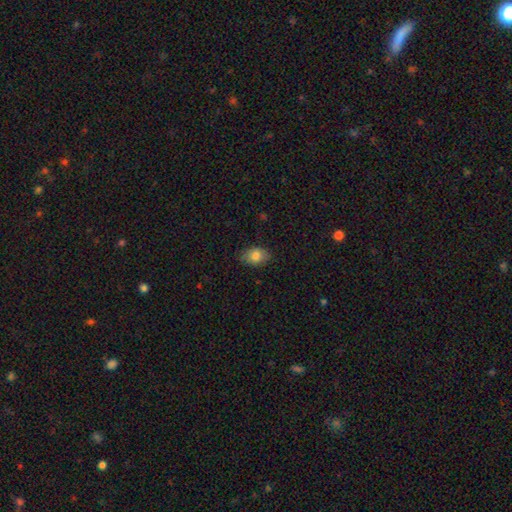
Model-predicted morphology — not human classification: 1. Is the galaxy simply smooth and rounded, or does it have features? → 81% smooth, 10% featured or disk, 8% star or artifact.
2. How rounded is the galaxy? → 82% in between, 17% round, 1% cigar-shaped.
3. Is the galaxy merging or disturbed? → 81% none, 15% minor disturbance, 3% major disturbance, 1% merger.